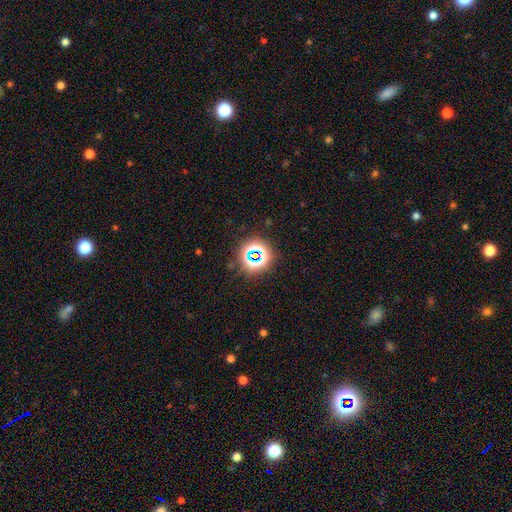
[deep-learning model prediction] Morphology: type=star or artifact (67%).